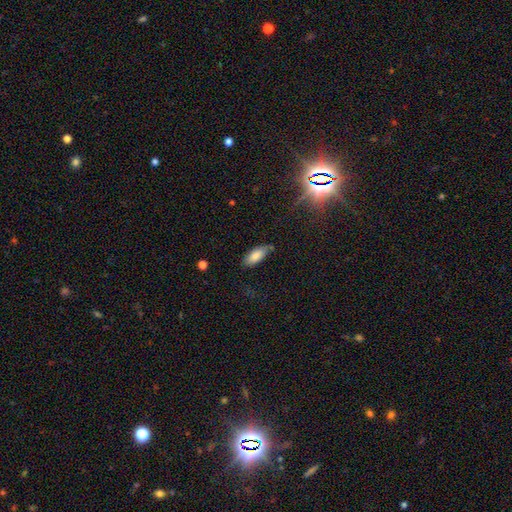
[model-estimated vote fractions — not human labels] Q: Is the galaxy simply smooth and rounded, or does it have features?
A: smooth — 81%.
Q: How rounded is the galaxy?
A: in between — 85%.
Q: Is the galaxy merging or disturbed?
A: none — 68%.